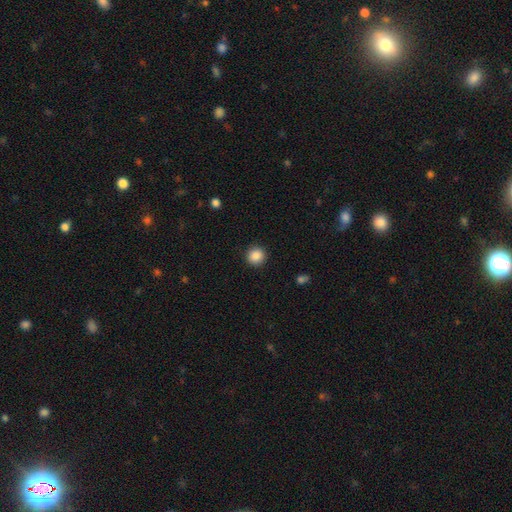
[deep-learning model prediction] Overall: smooth (87%). How rounded: round (94%). Merging: none (92%).